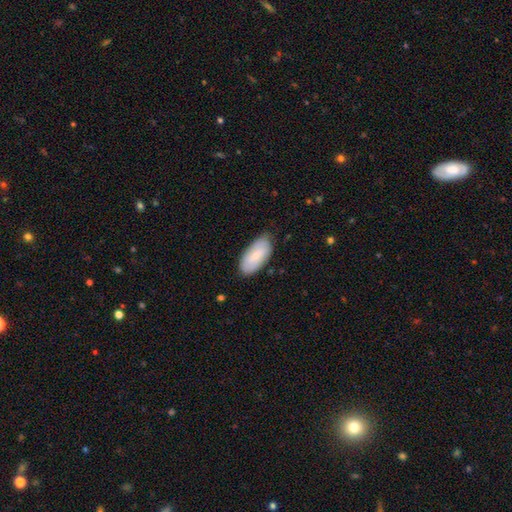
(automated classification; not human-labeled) Overall: smooth (61%; featured or disk 33%). How rounded: in between (93%). Merging: none (78%).